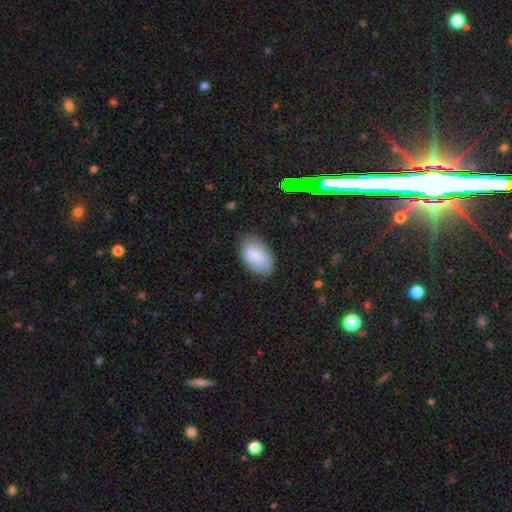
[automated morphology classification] Smooth or featured: smooth — 85% (featured or disk — 9%)
How rounded: in between — 93% (round — 6%)
Merging: none — 76% (minor disturbance — 18%)